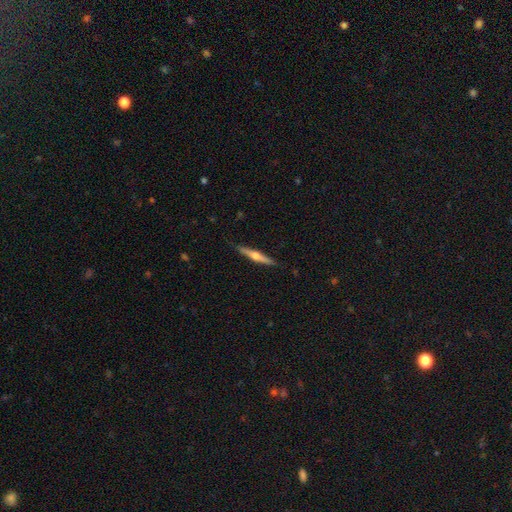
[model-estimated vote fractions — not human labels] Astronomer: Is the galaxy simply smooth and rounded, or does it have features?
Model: featured or disk — 63%.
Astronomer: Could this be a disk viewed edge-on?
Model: yes — 97%.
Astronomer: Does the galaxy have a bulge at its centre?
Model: rounded — 91%.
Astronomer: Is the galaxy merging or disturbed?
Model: none — 88%.